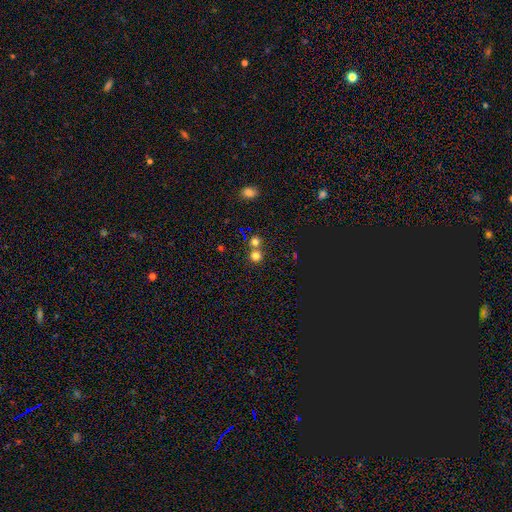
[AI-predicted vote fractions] Q: Smooth or featured?
A: smooth (75%); runner-up: star or artifact (18%)
Q: How rounded?
A: round (90%); runner-up: in between (9%)
Q: Merging?
A: none (59%); runner-up: merger (33%)